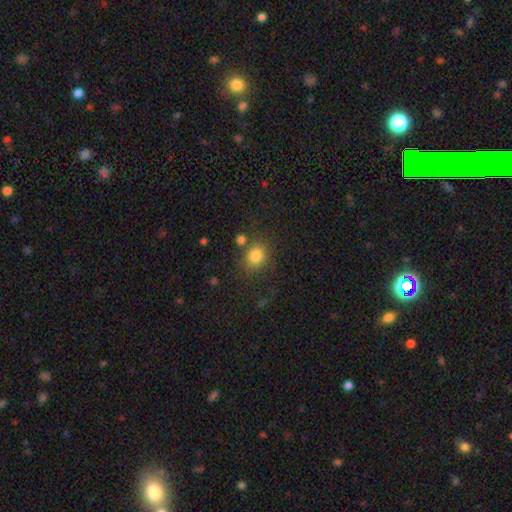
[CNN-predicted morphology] A smooth galaxy with no disk features (82%) that is round (72%). Merging: none (73%).